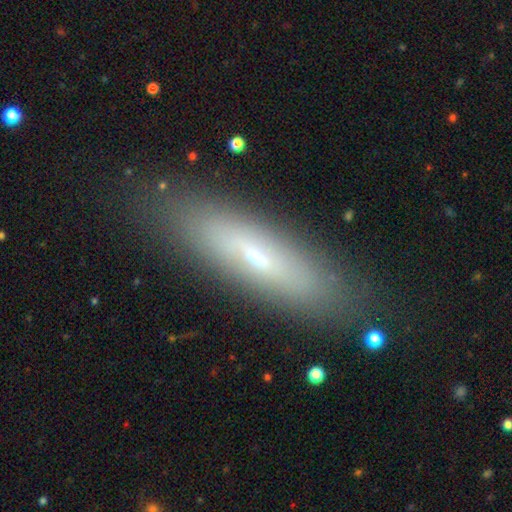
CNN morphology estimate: type=smooth (46%); merging=none (85%).